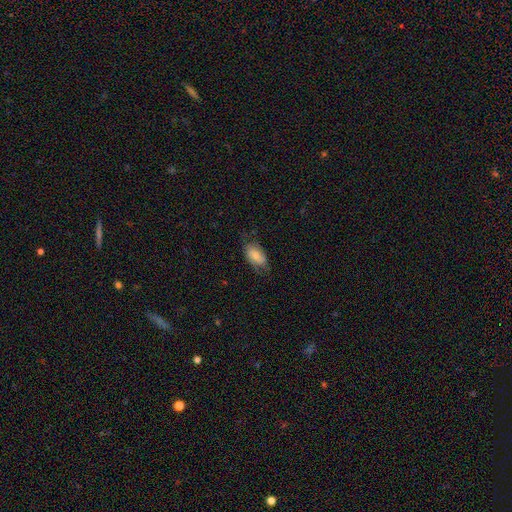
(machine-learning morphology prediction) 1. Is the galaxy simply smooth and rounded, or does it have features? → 71% smooth, 22% featured or disk, 7% star or artifact.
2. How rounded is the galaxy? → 91% in between, 6% round, 2% cigar-shaped.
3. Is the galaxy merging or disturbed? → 60% none, 28% minor disturbance, 11% major disturbance, 1% merger.